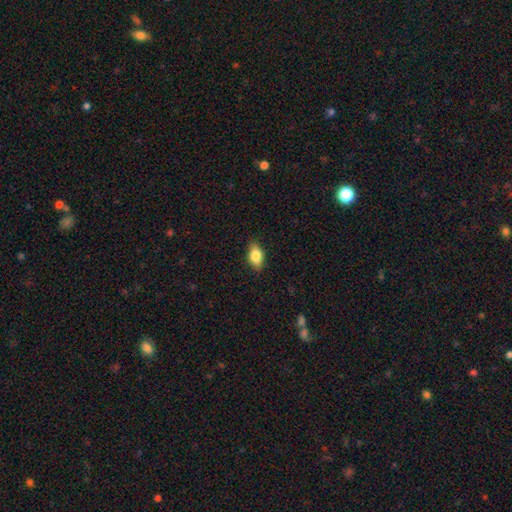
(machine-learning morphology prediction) Smooth or featured? smooth (81%)
How rounded? in between (87%)
Merging? none (86%)